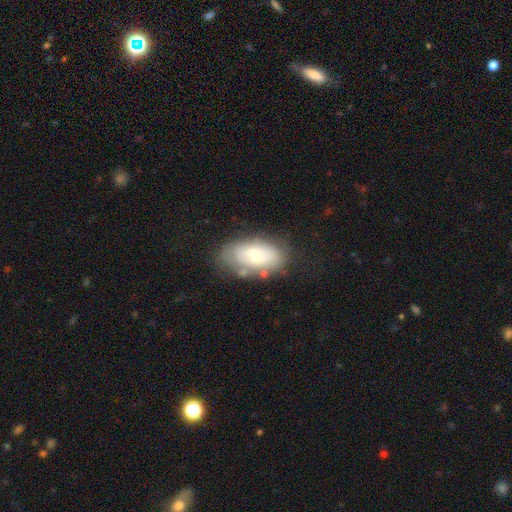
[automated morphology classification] smooth_or_featured: smooth (p=0.47) [alt: featured or disk p=0.46]
merging: none (p=0.60) [alt: minor disturbance p=0.24]